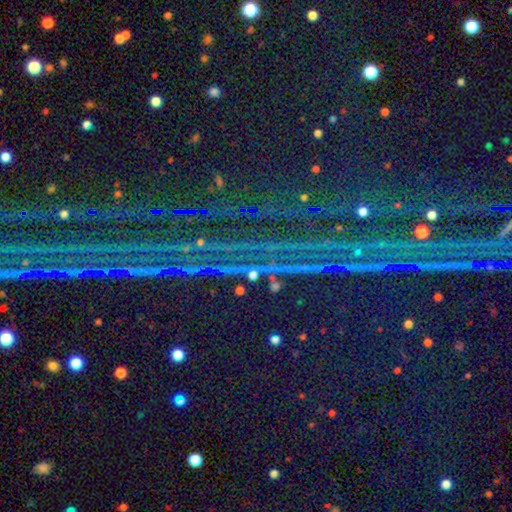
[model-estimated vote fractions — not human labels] smooth-or-featured: star or artifact: 87% | featured or disk: 7% | smooth: 6%